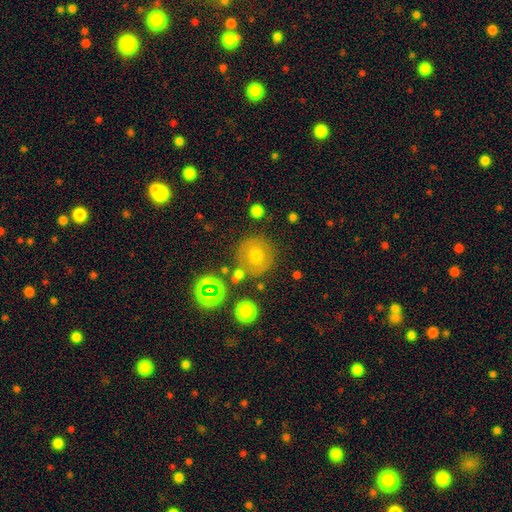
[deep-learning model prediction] Smooth or featured? smooth (63%)
How rounded? round (92%)
Merging? none (75%)